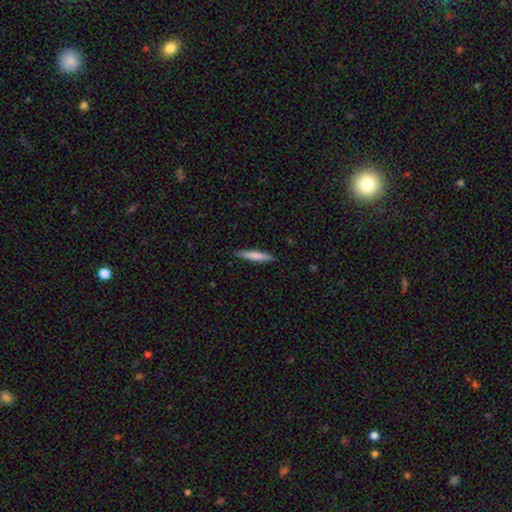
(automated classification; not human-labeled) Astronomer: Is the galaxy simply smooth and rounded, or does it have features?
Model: smooth — 72%.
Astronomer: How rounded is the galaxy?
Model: cigar-shaped — 92%.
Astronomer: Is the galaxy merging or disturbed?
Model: none — 88%.